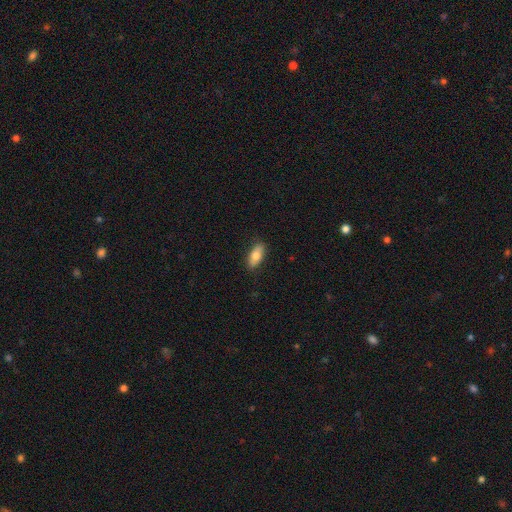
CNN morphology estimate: Q: Smooth or featured?
A: smooth (74%); runner-up: featured or disk (20%)
Q: How rounded?
A: in between (83%); runner-up: cigar-shaped (14%)
Q: Merging?
A: none (86%); runner-up: minor disturbance (11%)